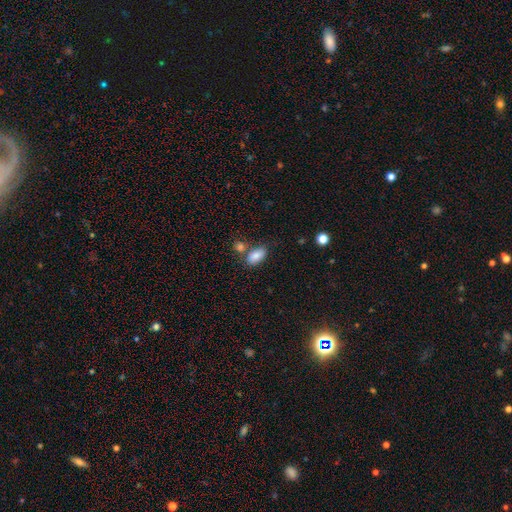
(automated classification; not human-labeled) smooth_or_featured: smooth (p=0.84) [alt: featured or disk p=0.08]
how_rounded: in between (p=0.92) [alt: round p=0.05]
merging: none (p=0.60) [alt: merger p=0.21]